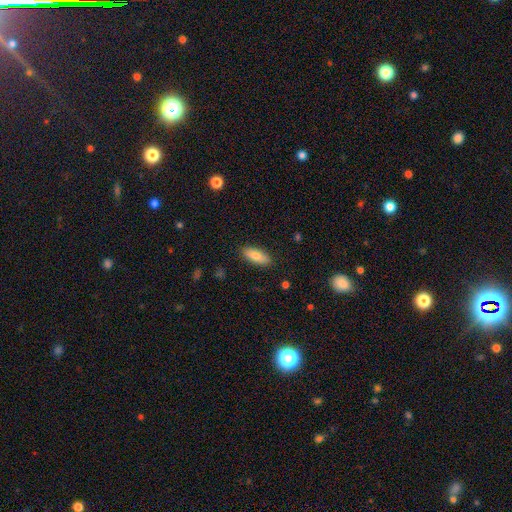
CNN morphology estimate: smooth-or-featured: smooth: 80% | featured or disk: 13% | star or artifact: 7%
  how-rounded: in between: 75% | cigar-shaped: 23% | round: 2%
  merging: none: 87% | minor disturbance: 9% | major disturbance: 2% | merger: 1%